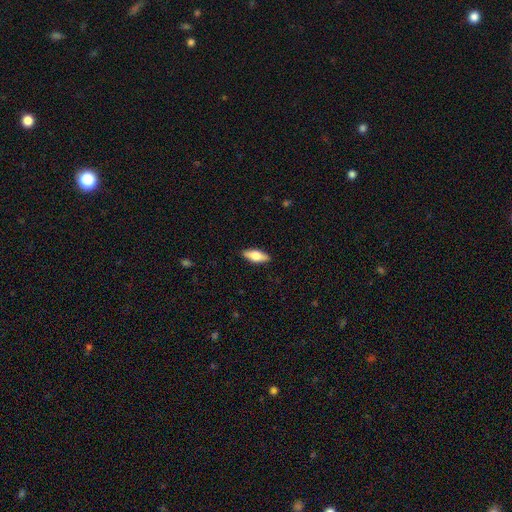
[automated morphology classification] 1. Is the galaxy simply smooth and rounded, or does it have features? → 60% smooth, 34% featured or disk, 6% star or artifact.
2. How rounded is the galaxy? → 70% in between, 28% cigar-shaped, 3% round.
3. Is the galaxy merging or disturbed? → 89% none, 8% minor disturbance, 2% major disturbance, 1% merger.